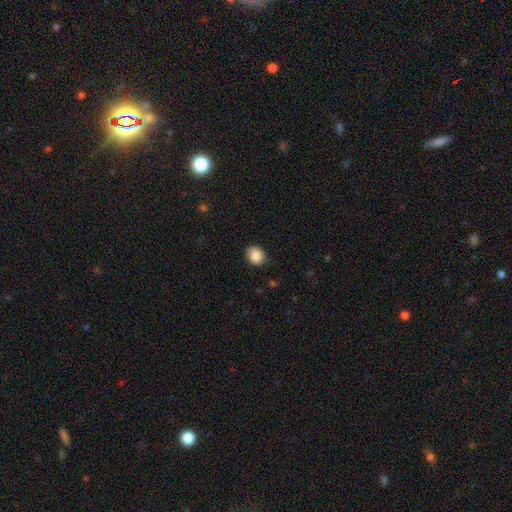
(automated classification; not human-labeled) This appears to be a smooth galaxy with no disk features (88%) that is round (61%). Merging: none (85%).